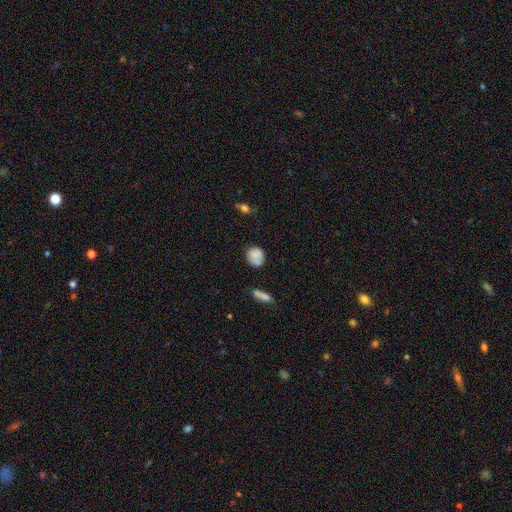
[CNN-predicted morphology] smooth 81%, featured or disk 10%, star or artifact 9%. Down the decision tree: how rounded — round (62%); merging — none (67%).